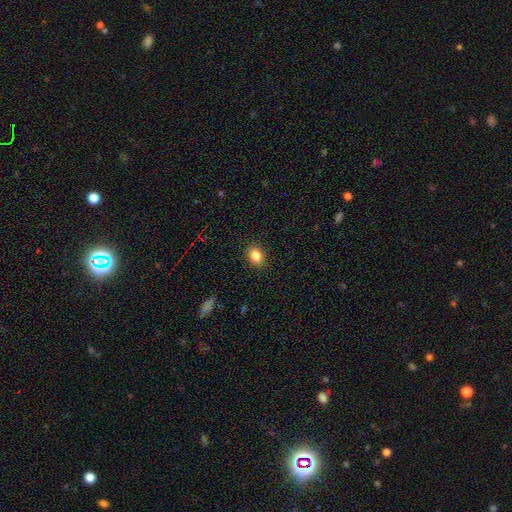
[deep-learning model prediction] Smooth or featured?
  - smooth: 86% *
  - star or artifact: 9%
  - featured or disk: 5%
How rounded?
  - in between: 66% *
  - round: 33%
  - cigar-shaped: 1%
Merging?
  - none: 89% *
  - minor disturbance: 8%
  - major disturbance: 2%
  - merger: 1%